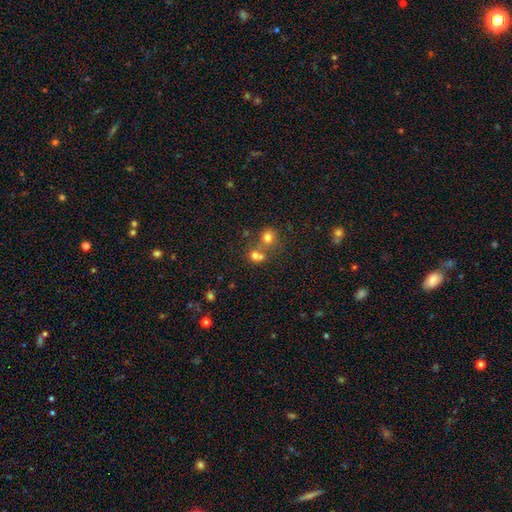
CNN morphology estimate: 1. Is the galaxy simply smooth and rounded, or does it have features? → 70% smooth, 17% star or artifact, 13% featured or disk.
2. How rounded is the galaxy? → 71% round, 28% in between, 1% cigar-shaped.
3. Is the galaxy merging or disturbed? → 49% merger, 39% none, 7% minor disturbance, 4% major disturbance.